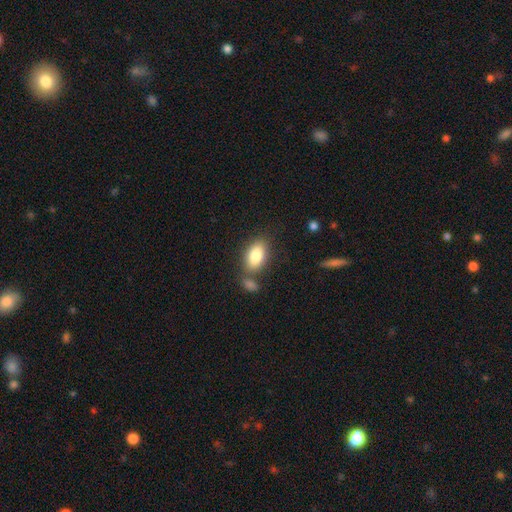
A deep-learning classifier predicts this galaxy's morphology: This appears to be a smooth galaxy with no disk features (83%) that is in between round and cigar-shaped (91%). Merging: none (65%).